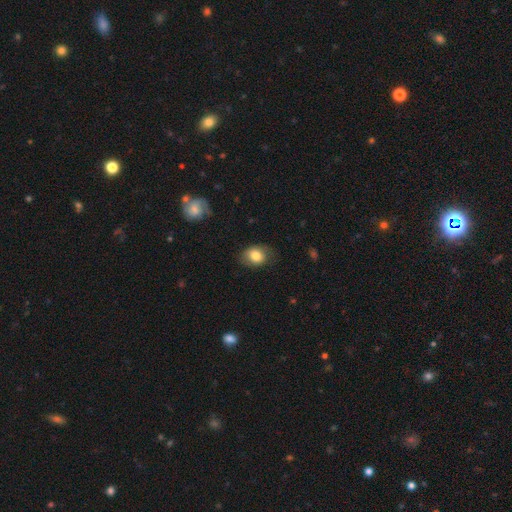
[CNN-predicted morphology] A smooth galaxy with no disk features (79%) that is in between round and cigar-shaped (64%). Merging: none (73%).